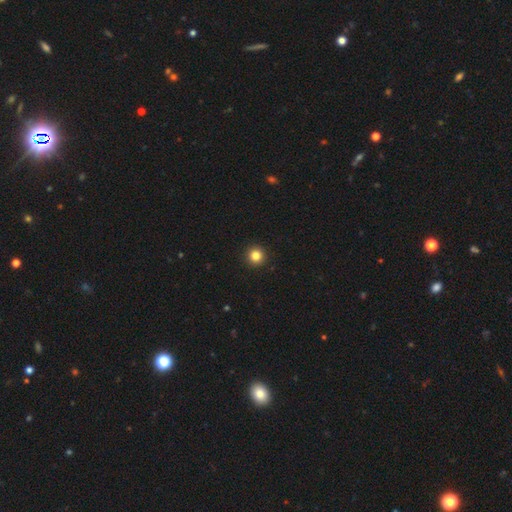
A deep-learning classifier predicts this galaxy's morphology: Smooth or featured? Predicted: smooth (p=0.83). How rounded? Predicted: round (p=0.96). Merging? Predicted: none (p=0.94).